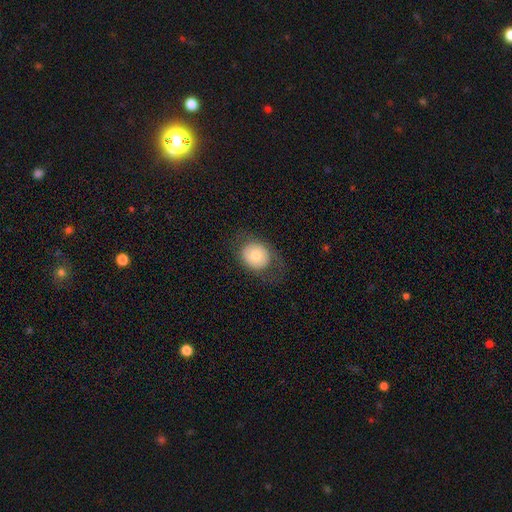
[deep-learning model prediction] A smooth galaxy with no disk features (65%) that is round (67%). Merging: none (67%).